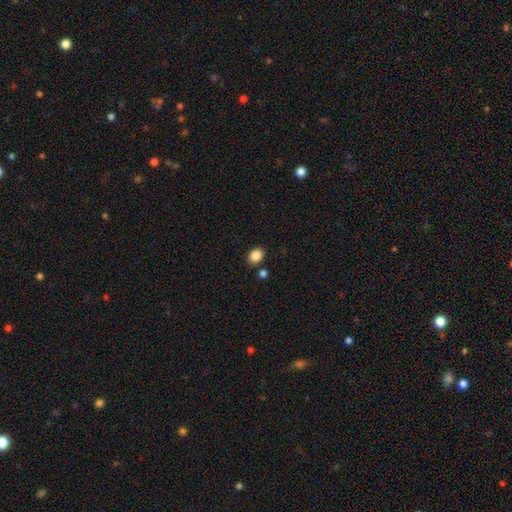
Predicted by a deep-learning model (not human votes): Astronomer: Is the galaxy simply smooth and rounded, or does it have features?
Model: smooth — 87%.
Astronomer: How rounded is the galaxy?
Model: in between — 60% (runner-up: round, 39%).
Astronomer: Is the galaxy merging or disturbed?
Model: none — 84%.